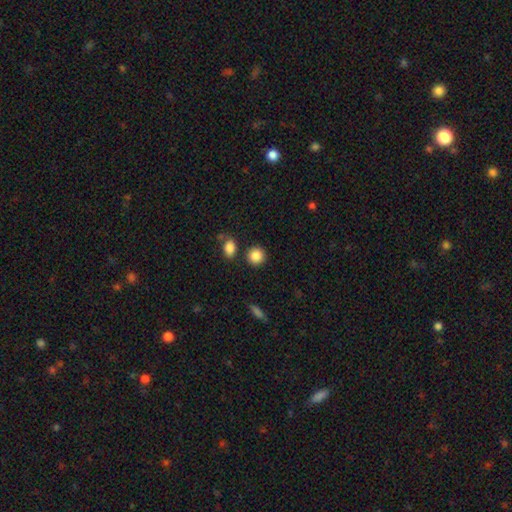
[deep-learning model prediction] This appears to be a smooth galaxy with no disk features (86%) that is round (88%). Merging: none (84%).